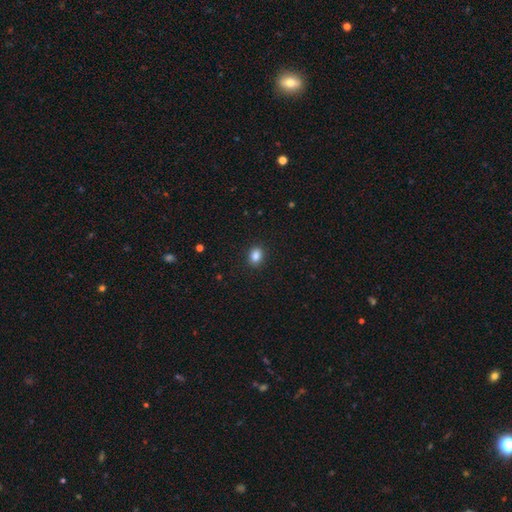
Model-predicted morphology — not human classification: Smooth or featured? smooth (86%)
How rounded? in between (61%)
Merging? none (90%)